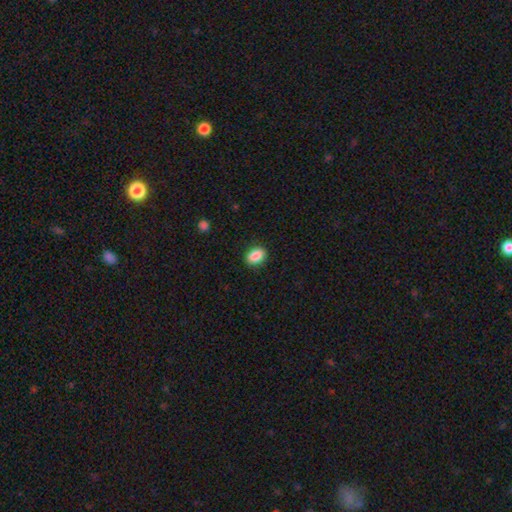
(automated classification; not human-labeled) Q: Smooth or featured?
A: smooth (88%); runner-up: star or artifact (8%)
Q: How rounded?
A: in between (80%); runner-up: round (19%)
Q: Merging?
A: none (89%); runner-up: minor disturbance (8%)